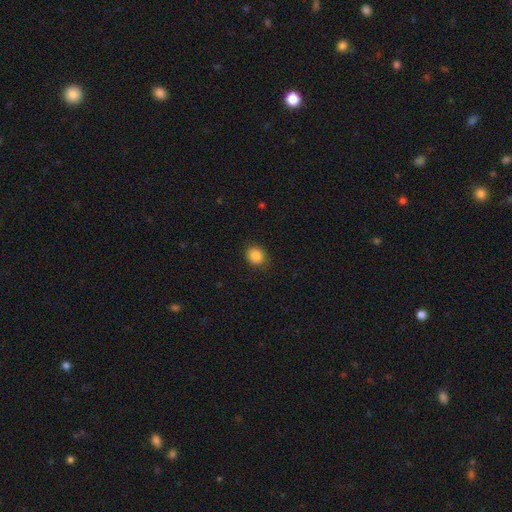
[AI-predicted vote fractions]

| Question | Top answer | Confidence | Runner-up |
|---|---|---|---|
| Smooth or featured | smooth | 87% | star or artifact (9%) |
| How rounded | round | 69% | in between (30%) |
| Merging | none | 85% | minor disturbance (12%) |